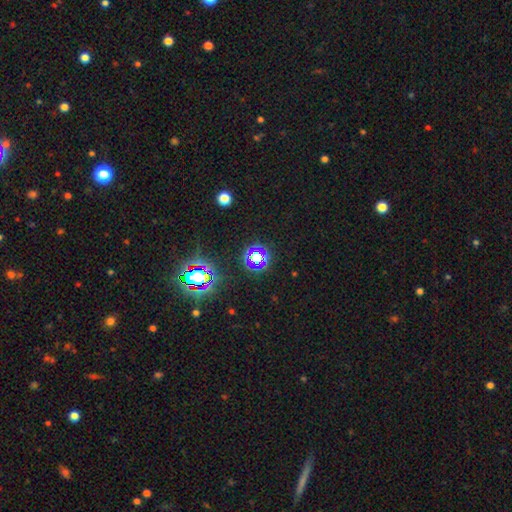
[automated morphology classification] Smooth or featured?
  - star or artifact: 70% *
  - smooth: 20%
  - featured or disk: 10%